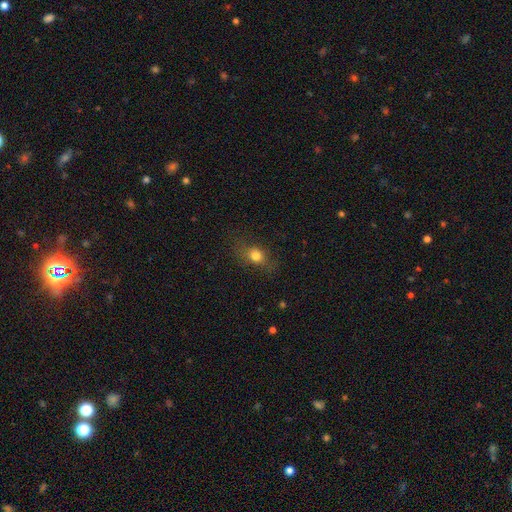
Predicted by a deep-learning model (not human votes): A smooth galaxy with no disk features (73%) that is in between round and cigar-shaped (55%).

Vote fractions:
- Smooth or featured? smooth: 73% / featured or disk: 14% / star or artifact: 13%
- How rounded? in between: 55% / round: 39% / cigar-shaped: 6%
- Merging? none: 73% / minor disturbance: 17% / major disturbance: 9% / merger: 1%